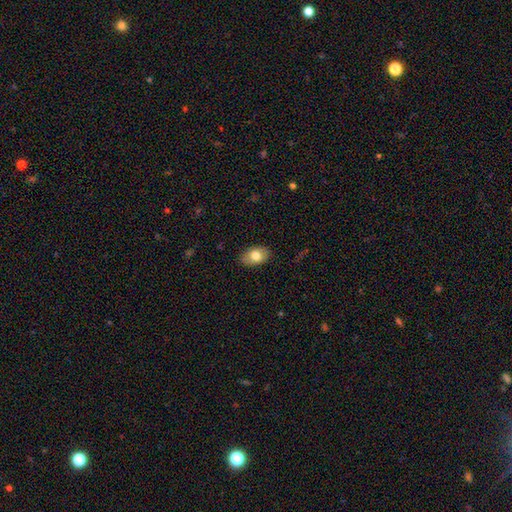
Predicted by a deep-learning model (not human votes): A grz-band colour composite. It shows a smooth galaxy with no disk features (78%) that is in between round and cigar-shaped (87%). Merging: none (86%).